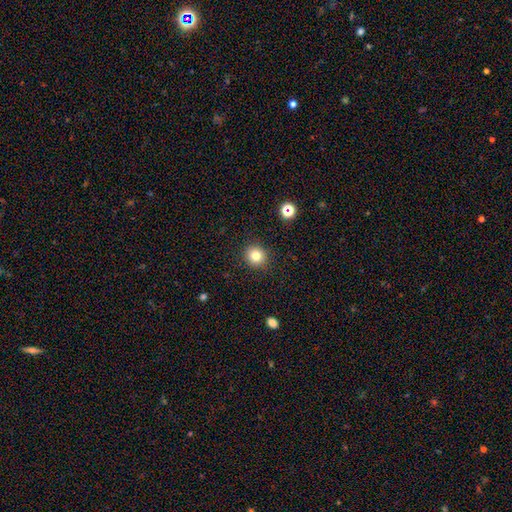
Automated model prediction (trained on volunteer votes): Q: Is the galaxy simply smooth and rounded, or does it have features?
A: smooth — 80%.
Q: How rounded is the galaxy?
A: round — 90%.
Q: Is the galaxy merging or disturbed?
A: none — 91%.